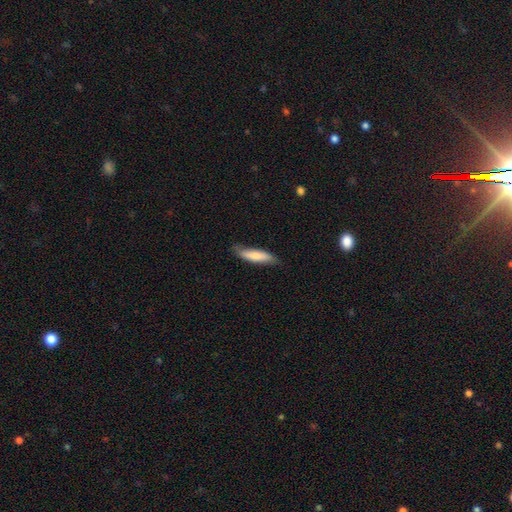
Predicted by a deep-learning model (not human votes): Smooth or featured?
  - smooth: 75% *
  - featured or disk: 19%
  - star or artifact: 5%
How rounded?
  - cigar-shaped: 73% *
  - in between: 25%
  - round: 1%
Merging?
  - none: 74% *
  - minor disturbance: 21%
  - major disturbance: 3%
  - merger: 1%